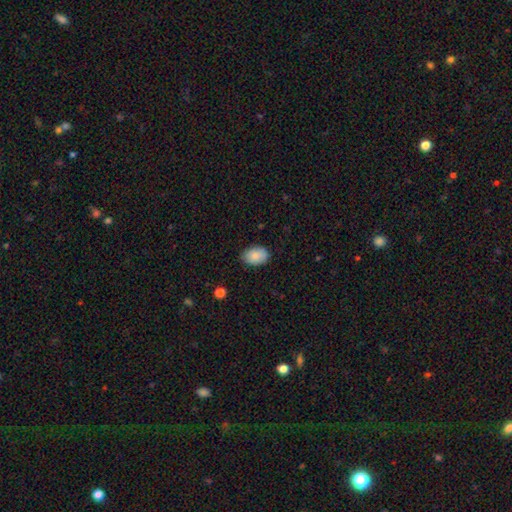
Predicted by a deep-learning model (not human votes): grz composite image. It shows a smooth galaxy with no disk features (87%) that is in between round and cigar-shaped (87%). Merging: none (84%).